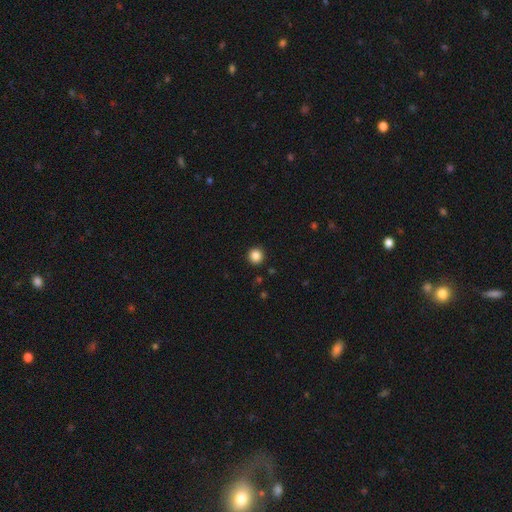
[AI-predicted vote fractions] smooth_or_featured: smooth (p=0.85) [alt: star or artifact p=0.11]
how_rounded: round (p=0.95) [alt: in between p=0.04]
merging: none (p=0.93) [alt: minor disturbance p=0.04]